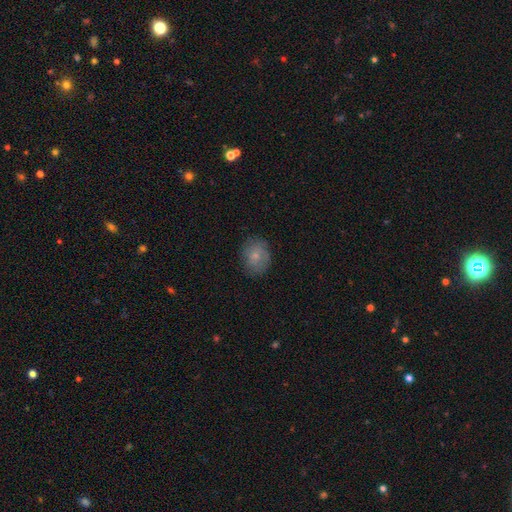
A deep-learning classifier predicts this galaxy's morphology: Overall: smooth (76%). How rounded: round (52%; in between 47%). Merging: none (77%).